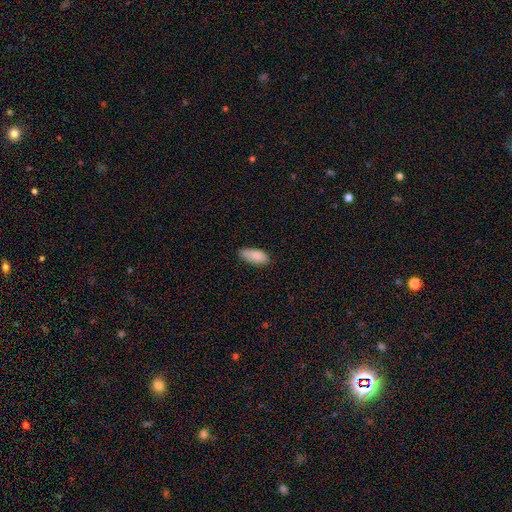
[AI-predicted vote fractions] Smooth or featured? Predicted: smooth (p=0.87). How rounded? Predicted: in between (p=0.85). Merging? Predicted: none (p=0.77).